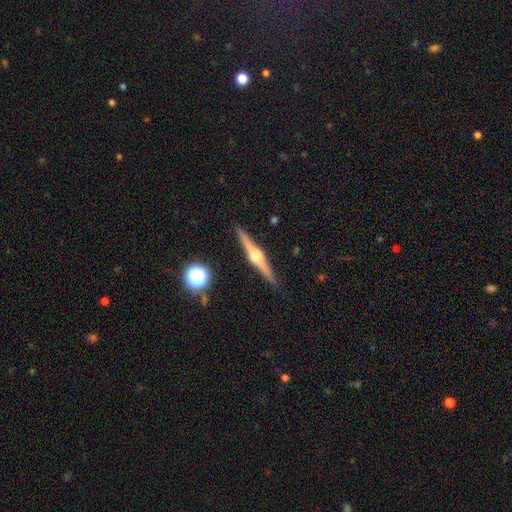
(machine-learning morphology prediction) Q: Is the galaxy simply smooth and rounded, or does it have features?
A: featured or disk — 84%.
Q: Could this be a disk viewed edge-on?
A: yes — 98%.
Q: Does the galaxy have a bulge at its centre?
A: rounded — 93%.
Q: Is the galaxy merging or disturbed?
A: none — 91%.